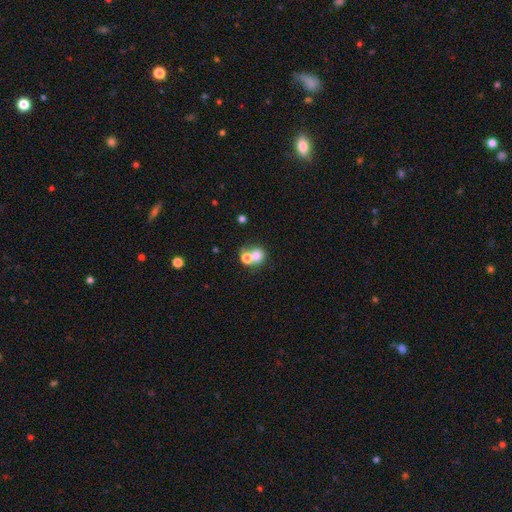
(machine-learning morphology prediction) A smooth galaxy with no disk features (73%) that is round (76%).

Vote fractions:
- Smooth or featured? smooth: 73% / featured or disk: 15% / star or artifact: 11%
- How rounded? round: 76% / in between: 23% / cigar-shaped: 1%
- Merging? merger: 56% / none: 34% / minor disturbance: 6% / major disturbance: 4%